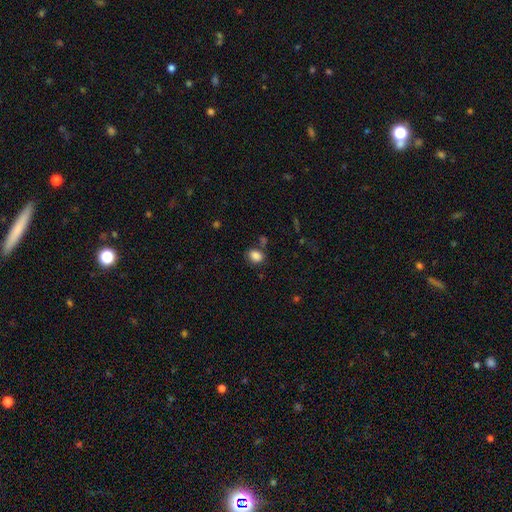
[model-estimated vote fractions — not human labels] This appears to be a smooth galaxy with no disk features (85%) that is in between round and cigar-shaped (56%). Merging: none (72%).